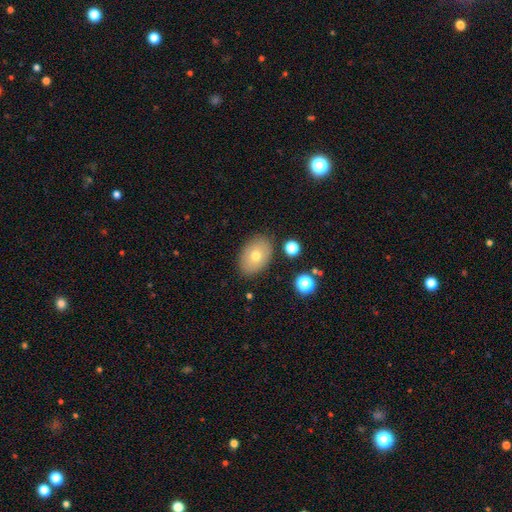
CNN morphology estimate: This is likely a smooth galaxy (69%). How rounded: clearly in between (84%). Merging: clearly none (85%).